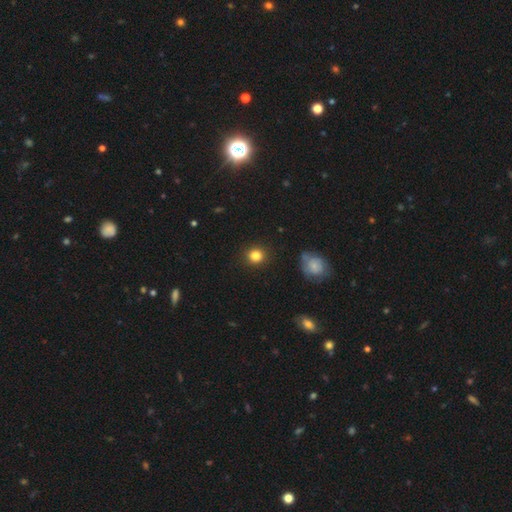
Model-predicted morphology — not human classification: The model was most divided on "smooth or featured": smooth: 84%, star or artifact: 11%, featured or disk: 5%. More confident: merging — none (89%); how rounded — round (87%).